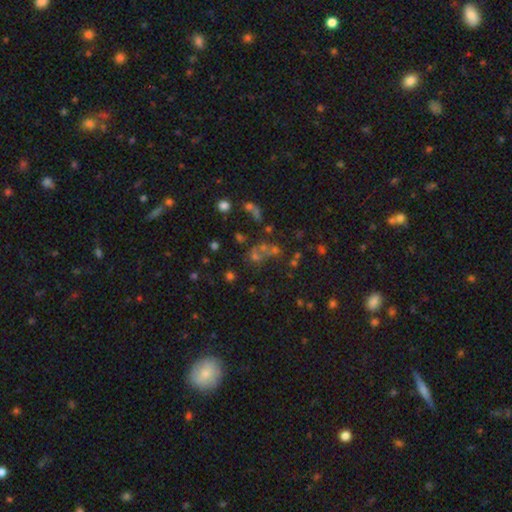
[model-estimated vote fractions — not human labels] This is marginally a star or artifact rather than a galaxy (41%).